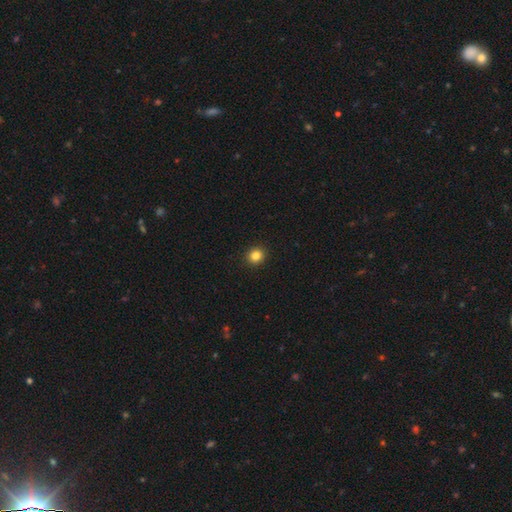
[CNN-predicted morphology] Smooth or featured? smooth (83%)
How rounded? round (89%)
Merging? none (93%)